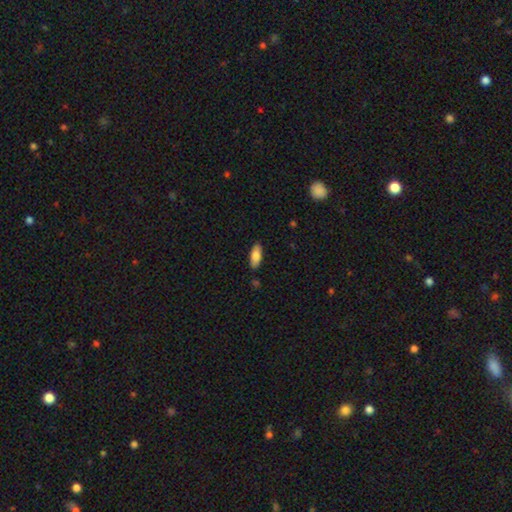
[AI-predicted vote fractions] smooth 81%, featured or disk 12%, star or artifact 6%. Down the decision tree: how rounded — in between (77%); merging — none (86%).